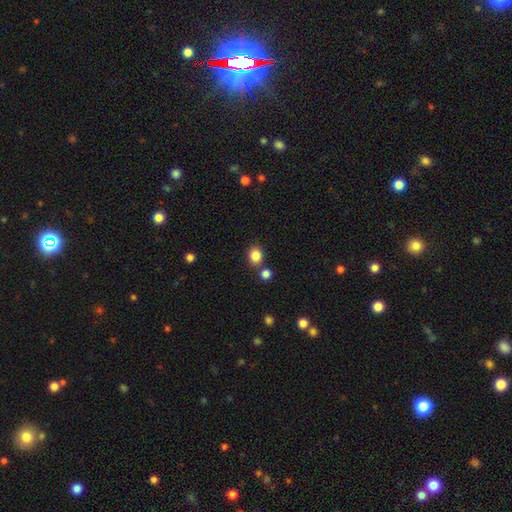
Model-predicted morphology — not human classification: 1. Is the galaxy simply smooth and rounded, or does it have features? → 85% smooth, 11% star or artifact, 4% featured or disk.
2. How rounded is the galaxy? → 69% round, 30% in between, 1% cigar-shaped.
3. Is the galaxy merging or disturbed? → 76% none, 12% merger, 9% minor disturbance, 3% major disturbance.